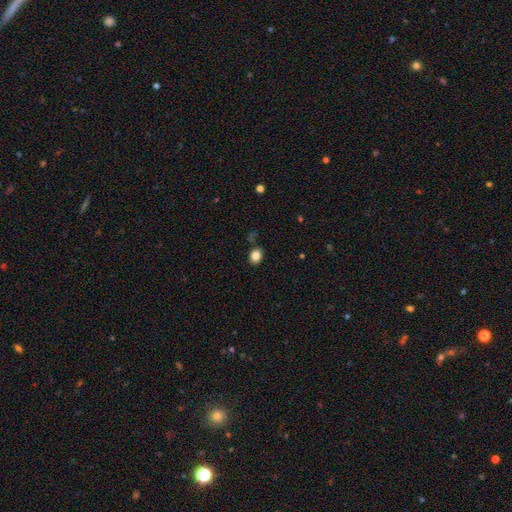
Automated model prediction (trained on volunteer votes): Smooth or featured? Predicted: smooth (p=0.84). How rounded? Predicted: in between (p=0.50). Merging? Predicted: none (p=0.84).